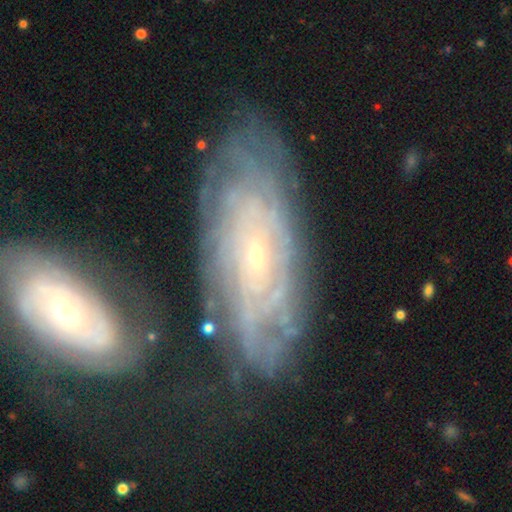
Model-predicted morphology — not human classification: This is clearly a featured or disk galaxy (81%). It is clearly not viewed edge-on (90%). Bar: likely no (64%). Spiral arm pattern: clearly yes (90%). Spiral arm count: possibly can't tell (60%). Spiral winding: likely tight (79%). Central bulge: likely small (73%). Merging: likely none (67%).